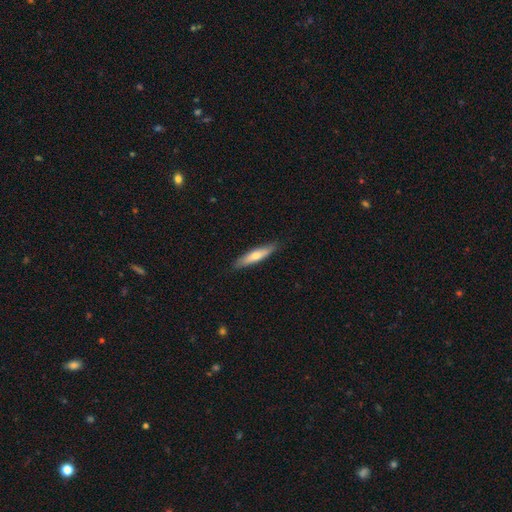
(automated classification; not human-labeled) Q: Smooth or featured?
A: smooth (64%); runner-up: featured or disk (31%)
Q: How rounded?
A: cigar-shaped (82%); runner-up: in between (17%)
Q: Merging?
A: none (88%); runner-up: minor disturbance (9%)